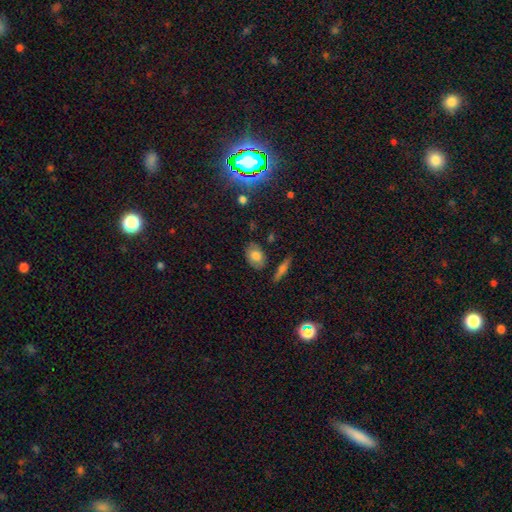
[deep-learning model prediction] Smooth or featured? smooth (73%)
How rounded? in between (82%)
Merging? none (77%)